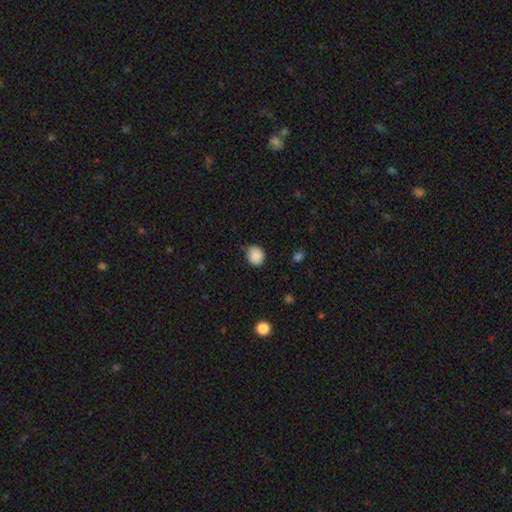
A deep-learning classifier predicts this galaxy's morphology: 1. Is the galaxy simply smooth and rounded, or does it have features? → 87% smooth, 9% star or artifact, 4% featured or disk.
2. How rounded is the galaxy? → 64% round, 35% in between, 1% cigar-shaped.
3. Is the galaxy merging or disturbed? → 70% none, 24% minor disturbance, 4% major disturbance, 1% merger.